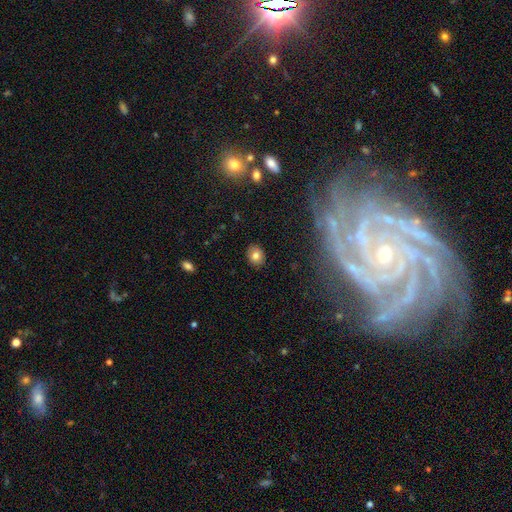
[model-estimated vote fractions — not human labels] This appears to be a smooth galaxy with no disk features (79%) that is round (60%). Merging: none (89%).